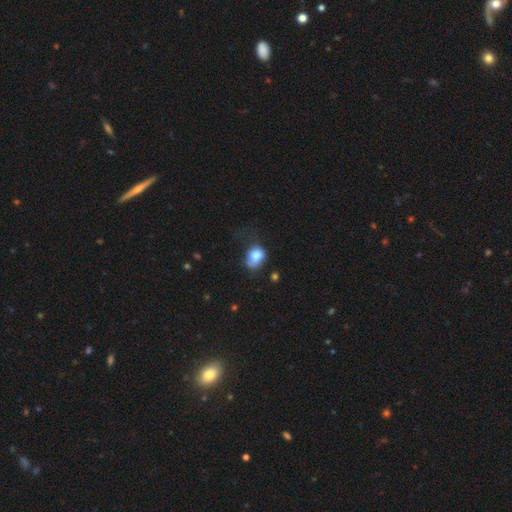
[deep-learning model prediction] A smooth galaxy with no disk features (78%) that is in between round and cigar-shaped (61%). Merging: minor disturbance (35%).